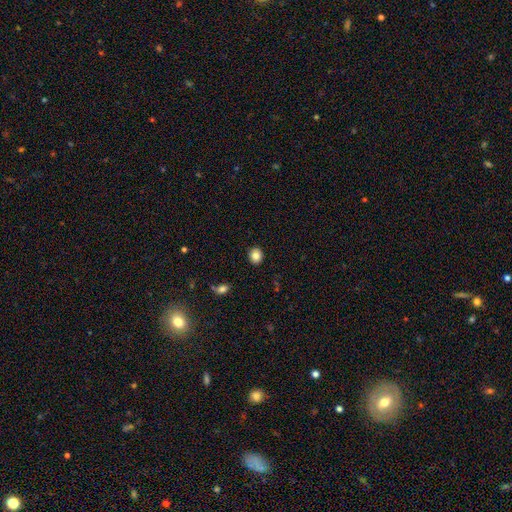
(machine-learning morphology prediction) Smooth or featured?
  - smooth: 85% *
  - star or artifact: 10%
  - featured or disk: 6%
How rounded?
  - round: 69% *
  - in between: 30%
  - cigar-shaped: 1%
Merging?
  - none: 90% *
  - minor disturbance: 7%
  - major disturbance: 2%
  - merger: 1%